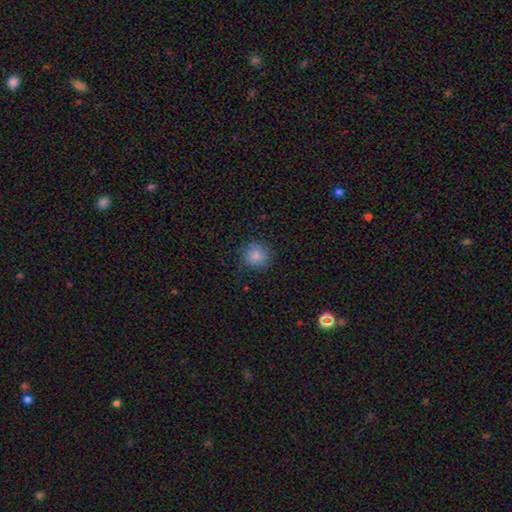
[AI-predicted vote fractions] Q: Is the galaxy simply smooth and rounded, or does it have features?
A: smooth — 85%.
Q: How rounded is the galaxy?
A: round — 90%.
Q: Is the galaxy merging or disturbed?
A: none — 81%.